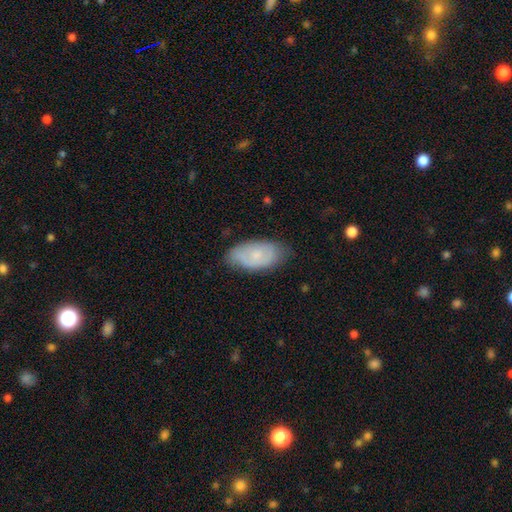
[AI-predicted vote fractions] A smooth galaxy with no disk features (57%) that is in between round and cigar-shaped (93%).

Vote fractions:
- Smooth or featured? smooth: 57% / featured or disk: 36% / star or artifact: 6%
- How rounded? in between: 93% / round: 4% / cigar-shaped: 3%
- Merging? none: 73% / minor disturbance: 22% / major disturbance: 4% / merger: 1%